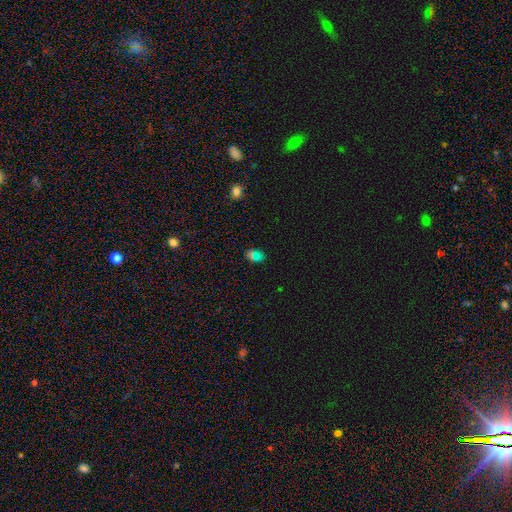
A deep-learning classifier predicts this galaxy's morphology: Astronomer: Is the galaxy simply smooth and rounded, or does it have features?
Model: smooth — 60%.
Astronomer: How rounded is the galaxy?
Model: in between — 72%.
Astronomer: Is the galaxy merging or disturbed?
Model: none — 72%.